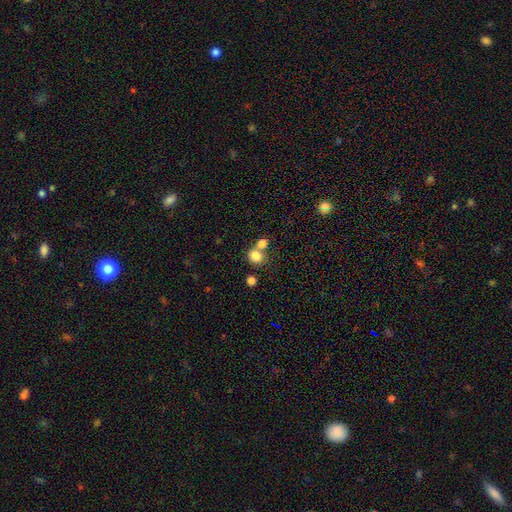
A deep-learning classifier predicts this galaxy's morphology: Smooth or featured? Predicted: smooth (p=0.81). How rounded? Predicted: round (p=0.61). Merging? Predicted: none (p=0.46).